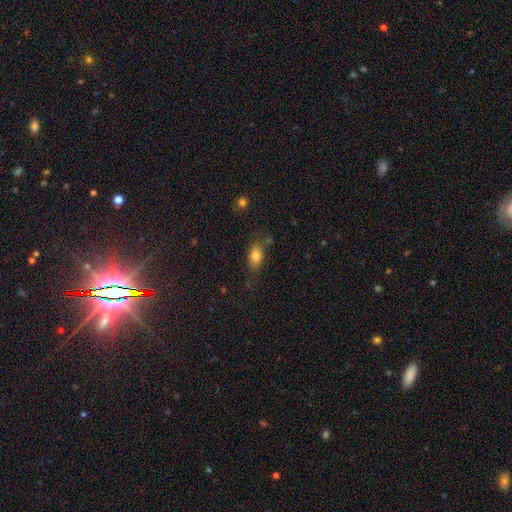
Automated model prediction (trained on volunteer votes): smooth_or_featured: smooth (p=0.79) [alt: featured or disk p=0.11]
how_rounded: in between (p=0.83) [alt: round p=0.11]
merging: none (p=0.67) [alt: minor disturbance p=0.21]